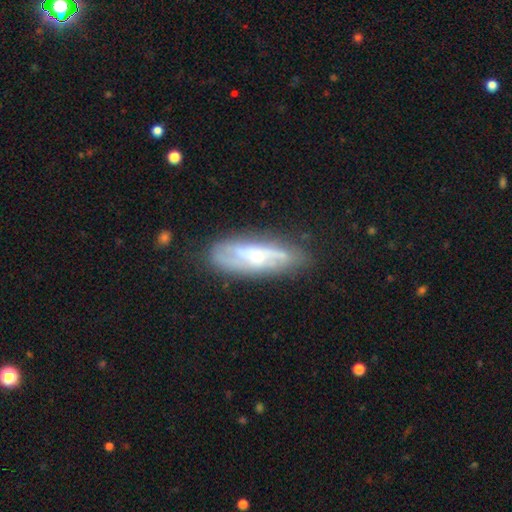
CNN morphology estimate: Smooth or featured?
  - featured or disk: 65% *
  - smooth: 28%
  - star or artifact: 7%
Edge-on disk?
  - no: 70% *
  - yes: 30%
Merging?
  - none: 71% *
  - minor disturbance: 20%
  - major disturbance: 6%
  - merger: 3%